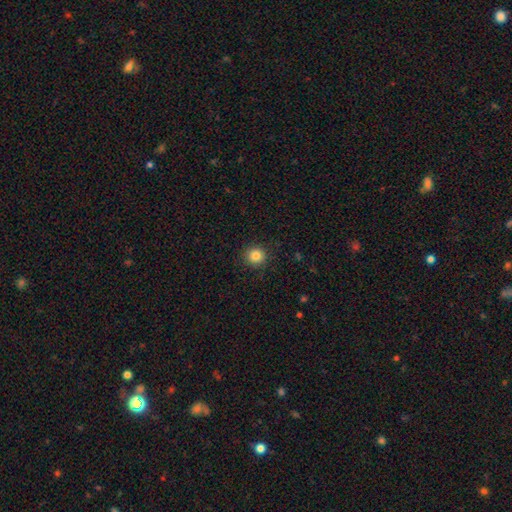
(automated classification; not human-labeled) Q: Smooth or featured?
A: smooth (84%); runner-up: star or artifact (11%)
Q: How rounded?
A: round (92%); runner-up: in between (7%)
Q: Merging?
A: none (90%); runner-up: minor disturbance (7%)